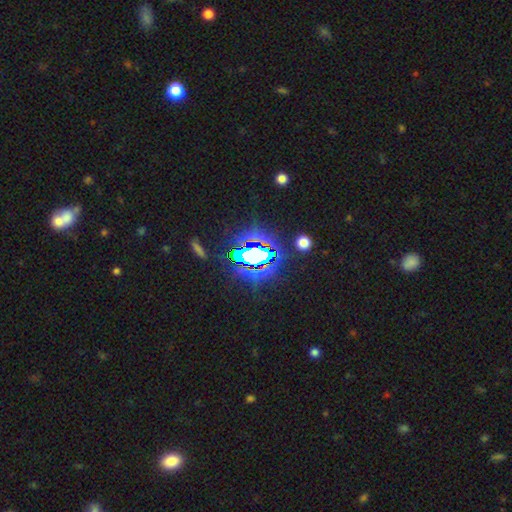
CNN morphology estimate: type=star or artifact (68%).